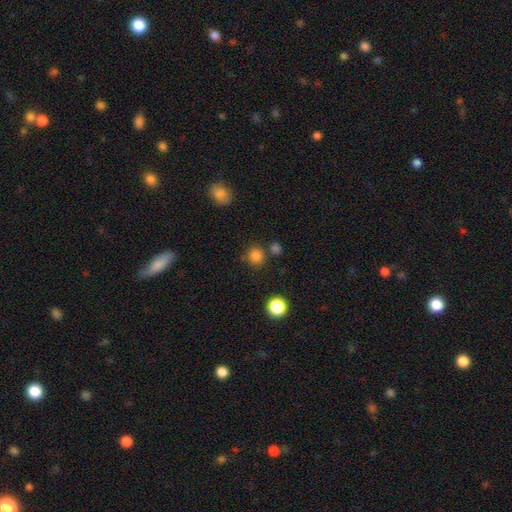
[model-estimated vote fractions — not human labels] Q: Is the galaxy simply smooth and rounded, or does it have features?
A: smooth — 81%.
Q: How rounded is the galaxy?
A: round — 89%.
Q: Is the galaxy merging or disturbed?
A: none — 76%.